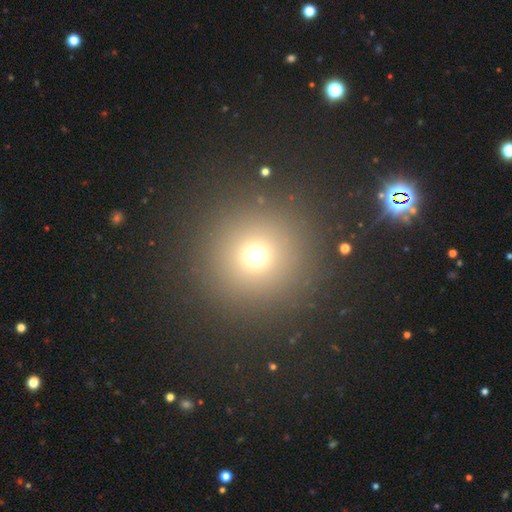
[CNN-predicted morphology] smooth_or_featured: smooth (p=0.68) [alt: star or artifact p=0.24]
how_rounded: round (p=0.95) [alt: in between p=0.04]
merging: none (p=0.89) [alt: minor disturbance p=0.06]